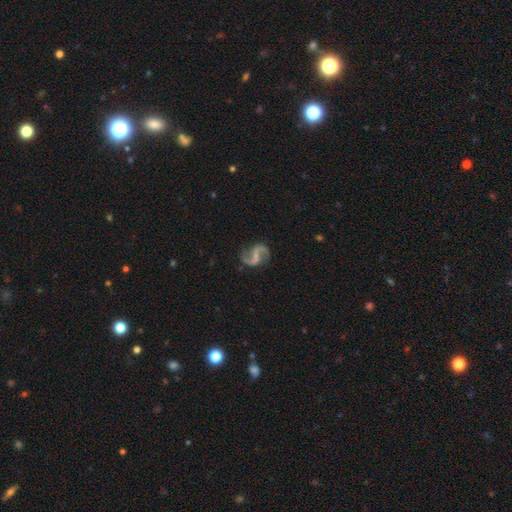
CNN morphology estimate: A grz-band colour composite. It shows a featured or disk galaxy (89%) with a weak bar (46%), 2 (94%) loose (62%) spiral arms (96%) and a small central bulge (43%). Merging: none (78%).